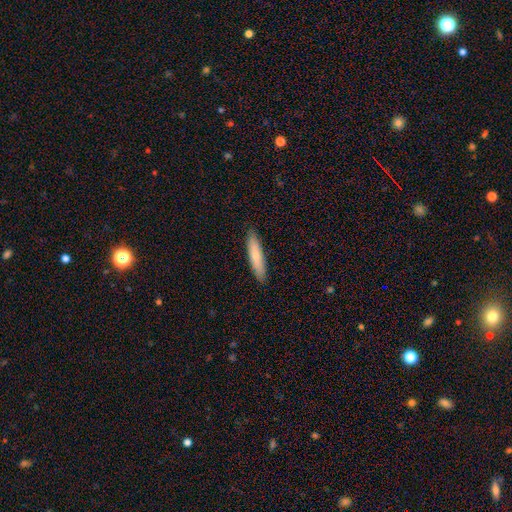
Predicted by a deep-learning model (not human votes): Smooth or featured? smooth (71%)
How rounded? cigar-shaped (83%)
Merging? none (90%)